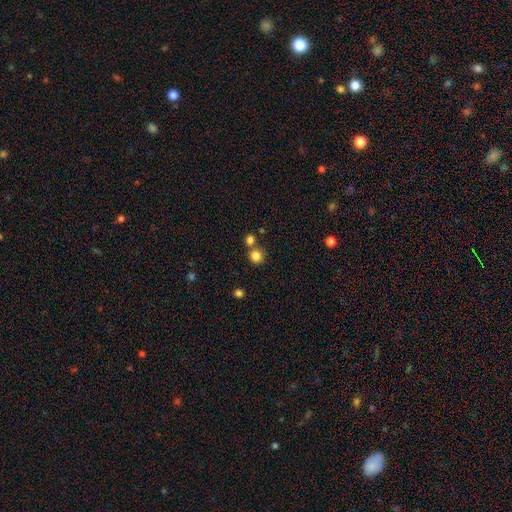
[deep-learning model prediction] Smooth or featured? Predicted: smooth (p=0.83). How rounded? Predicted: round (p=0.92). Merging? Predicted: none (p=0.68).